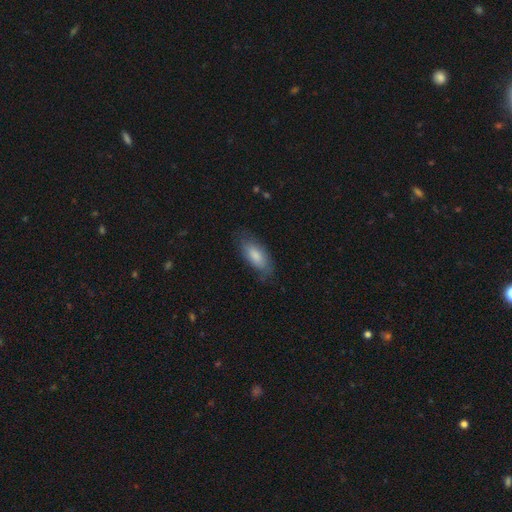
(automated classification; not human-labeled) Q: Smooth or featured?
A: smooth (78%); runner-up: featured or disk (16%)
Q: How rounded?
A: in between (86%); runner-up: cigar-shaped (12%)
Q: Merging?
A: none (72%); runner-up: minor disturbance (21%)